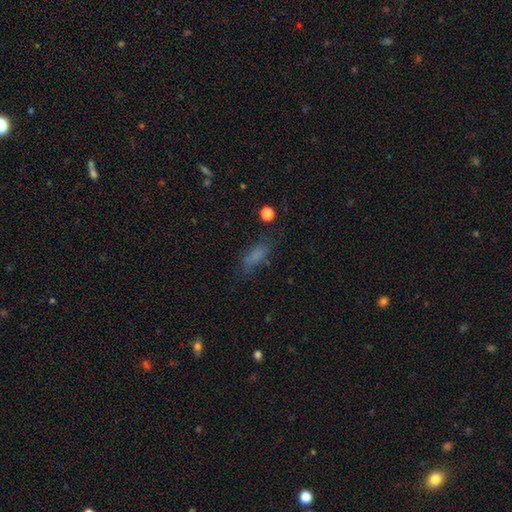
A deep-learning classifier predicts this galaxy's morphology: smooth 72%, star or artifact 14%, featured or disk 13%. Down the decision tree: how rounded — in between (67%); merging — none (63%).